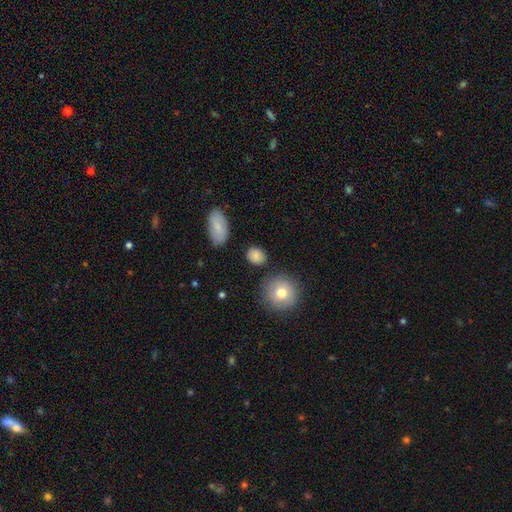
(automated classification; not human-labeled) A smooth galaxy with no disk features (84%) that is round (65%).

Vote fractions:
- Smooth or featured? smooth: 84% / star or artifact: 9% / featured or disk: 7%
- How rounded? round: 65% / in between: 33% / cigar-shaped: 2%
- Merging? none: 82% / minor disturbance: 11% / major disturbance: 3% / merger: 3%